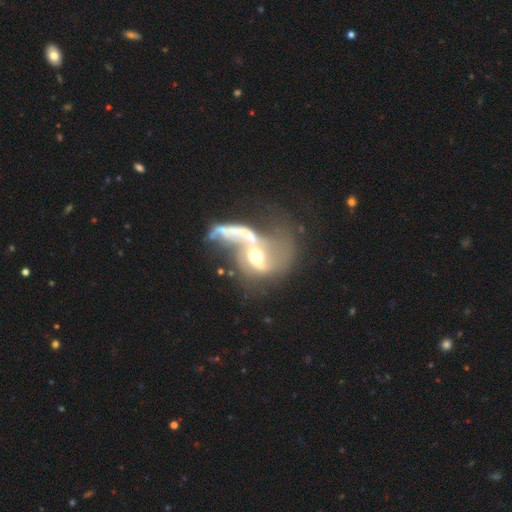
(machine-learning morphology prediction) Q: Smooth or featured?
A: featured or disk (78%); runner-up: smooth (13%)
Q: Edge-on disk?
A: no (96%); runner-up: yes (4%)
Q: Bar?
A: no (48%); runner-up: weak (33%)
Q: Spiral arms?
A: yes (77%); runner-up: no (23%)
Q: Spiral winding?
A: loose (78%); runner-up: medium (17%)
Q: Spiral arm count?
A: 2 (59%); runner-up: 1 (24%)
Q: Bulge size?
A: moderate (60%); runner-up: small (25%)
Q: Merging?
A: merger (46%); runner-up: major disturbance (29%)